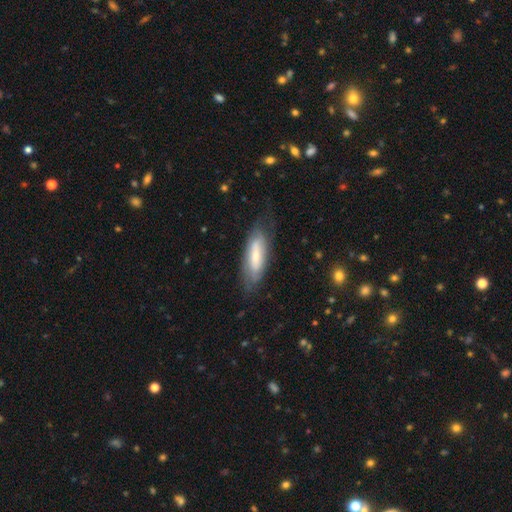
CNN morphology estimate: A smooth galaxy with no disk features (49%).

Vote fractions:
- Smooth or featured? smooth: 49% / featured or disk: 44% / star or artifact: 6%
- Merging? none: 66% / minor disturbance: 23% / major disturbance: 10% / merger: 2%